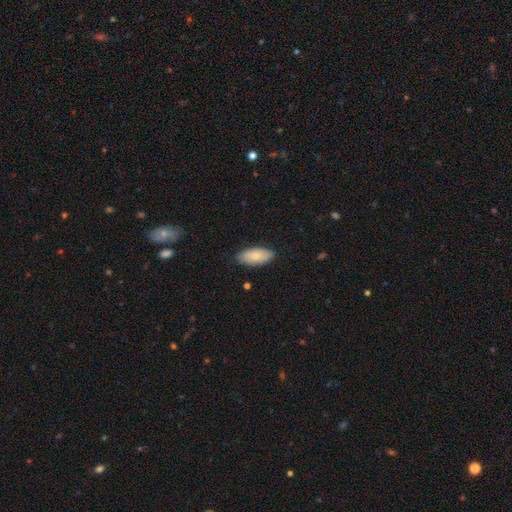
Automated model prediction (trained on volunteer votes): smooth 80%, featured or disk 14%, star or artifact 6%. Down the decision tree: how rounded — in between (91%); merging — none (85%).